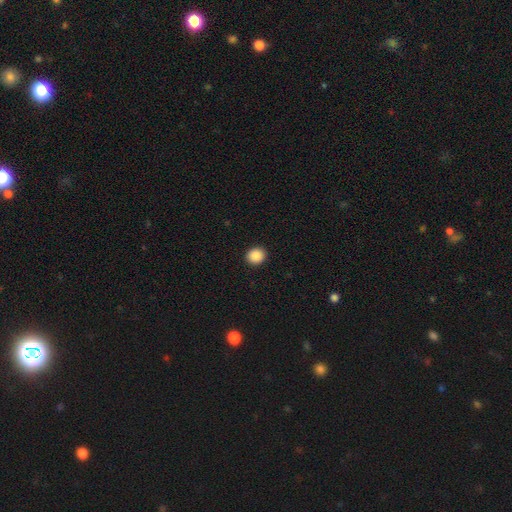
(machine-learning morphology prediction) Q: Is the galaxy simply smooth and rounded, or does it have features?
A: smooth — 87%.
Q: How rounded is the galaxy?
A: round — 78%.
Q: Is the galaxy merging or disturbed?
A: none — 93%.